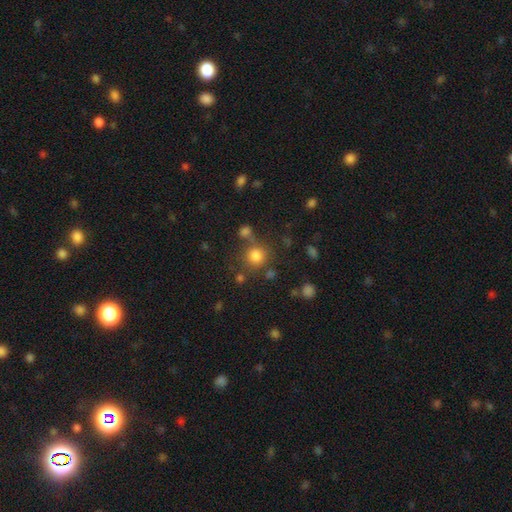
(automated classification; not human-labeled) Smooth or featured? smooth (79%)
How rounded? round (90%)
Merging? none (71%)